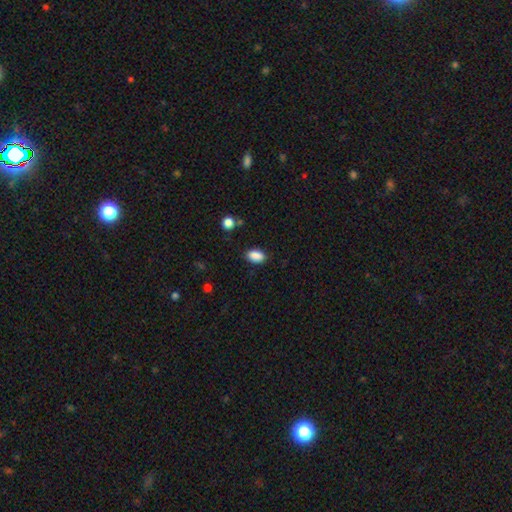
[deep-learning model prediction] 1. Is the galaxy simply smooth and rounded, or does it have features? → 88% smooth, 8% star or artifact, 4% featured or disk.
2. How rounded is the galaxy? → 90% in between, 8% round, 2% cigar-shaped.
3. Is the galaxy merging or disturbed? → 85% none, 11% minor disturbance, 2% major disturbance, 2% merger.